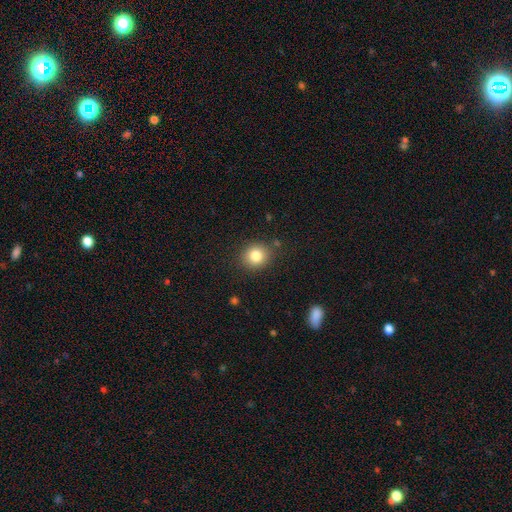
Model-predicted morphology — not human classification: smooth 82%, star or artifact 11%, featured or disk 7%. Down the decision tree: how rounded — round (82%); merging — none (86%).